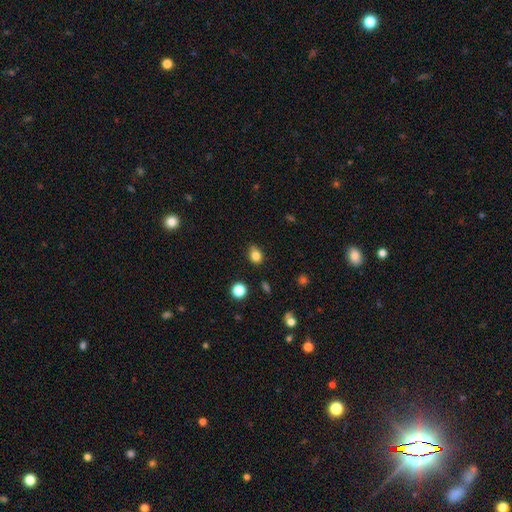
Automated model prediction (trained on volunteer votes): Smooth or featured: smooth — 82% (star or artifact — 13%)
How rounded: round — 59% (in between — 40%)
Merging: none — 72% (minor disturbance — 21%)